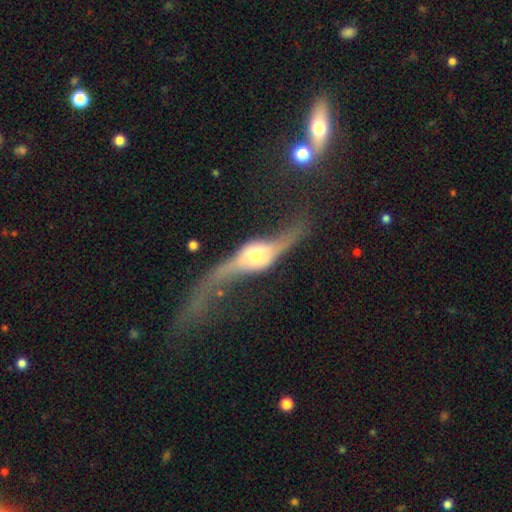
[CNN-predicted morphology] A featured or disk galaxy (81%) viewed edge-on (68%) with a rounded central bulge (89%). Merging: none (42%).